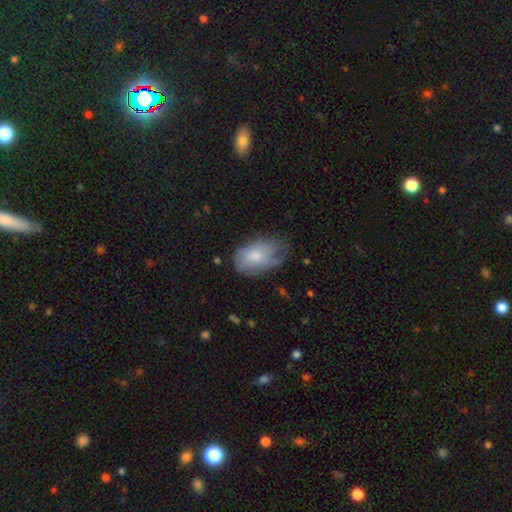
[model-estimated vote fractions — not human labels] The model was most divided on "merging": none: 38%, minor disturbance: 37%, major disturbance: 23%, merger: 2%. More confident: how rounded — in between (89%); smooth or featured — smooth (67%).